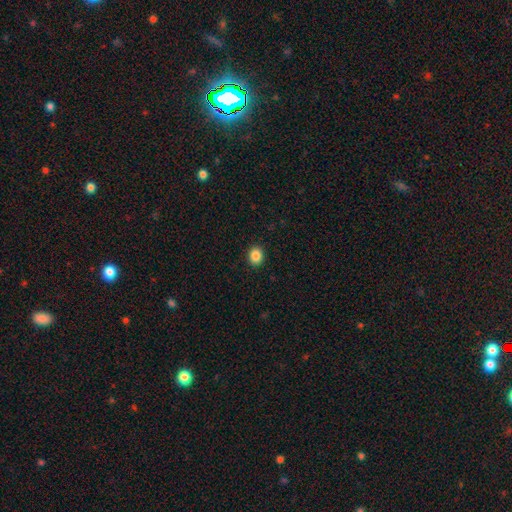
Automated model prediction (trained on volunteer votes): This is clearly a smooth galaxy (86%). How rounded: likely round (64%). Merging: clearly none (92%).